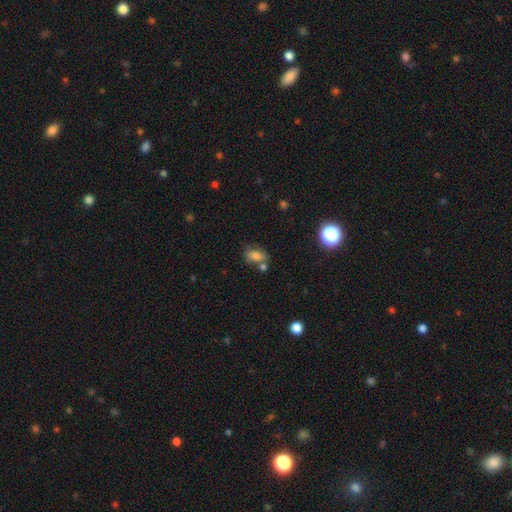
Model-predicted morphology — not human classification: A smooth galaxy with no disk features (75%) that is in between round and cigar-shaped (82%).

Vote fractions:
- Smooth or featured? smooth: 75% / star or artifact: 14% / featured or disk: 12%
- How rounded? in between: 82% / round: 14% / cigar-shaped: 4%
- Merging? none: 53% / merger: 24% / minor disturbance: 17% / major disturbance: 6%